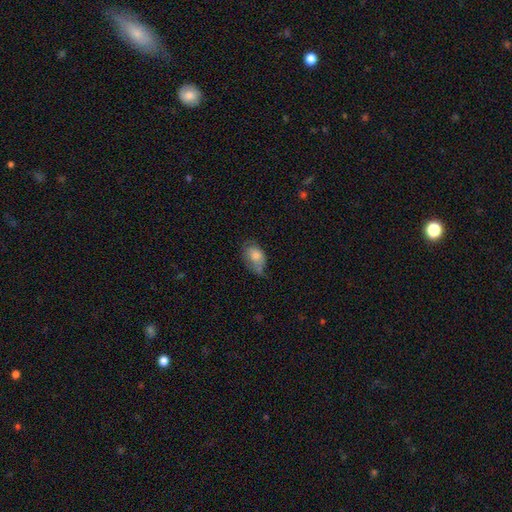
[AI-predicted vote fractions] A smooth galaxy with no disk features (71%) that is in between round and cigar-shaped (88%).

Vote fractions:
- Smooth or featured? smooth: 71% / featured or disk: 21% / star or artifact: 8%
- How rounded? in between: 88% / round: 10% / cigar-shaped: 2%
- Merging? none: 39% (tied) / minor disturbance: 39% (tied) / major disturbance: 18% / merger: 3%